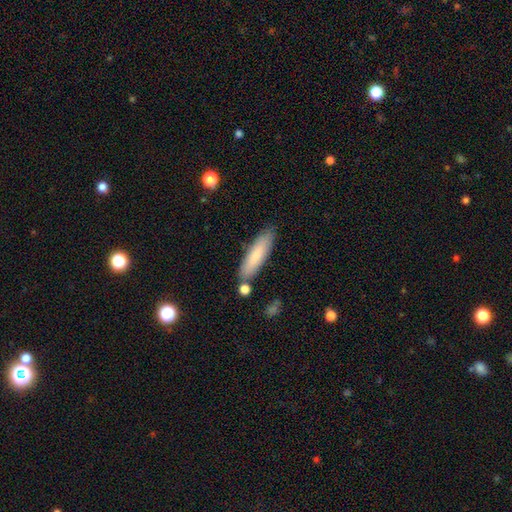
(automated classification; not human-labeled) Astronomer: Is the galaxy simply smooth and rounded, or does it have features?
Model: smooth — 78%.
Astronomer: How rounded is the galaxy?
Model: cigar-shaped — 69%.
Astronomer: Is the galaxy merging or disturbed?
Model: none — 81%.